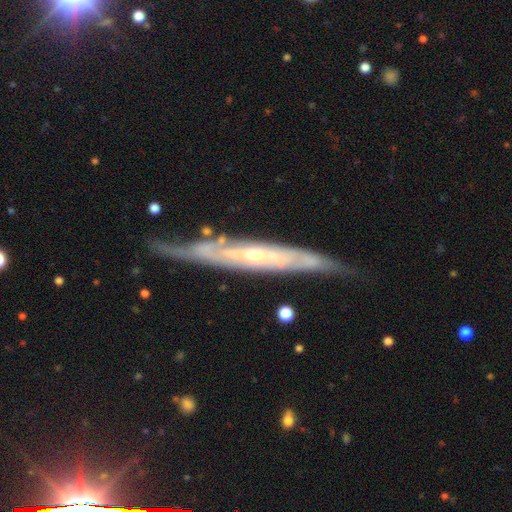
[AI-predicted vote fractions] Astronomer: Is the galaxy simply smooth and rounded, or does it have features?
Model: featured or disk — 79%.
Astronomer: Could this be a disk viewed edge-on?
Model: yes — 61% (runner-up: no, 39%).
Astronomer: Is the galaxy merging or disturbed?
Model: none — 62%.